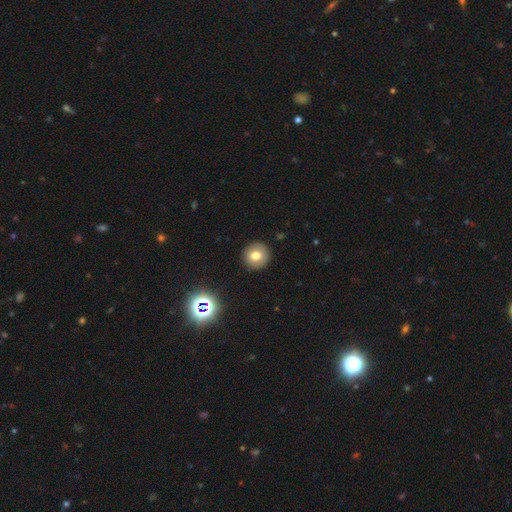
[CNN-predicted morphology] A smooth galaxy with no disk features (73%) that is round (93%).

Vote fractions:
- Smooth or featured? smooth: 73% / featured or disk: 15% / star or artifact: 12%
- How rounded? round: 93% / in between: 6% / cigar-shaped: 1%
- Merging? none: 91% / minor disturbance: 6% / major disturbance: 2% / merger: 1%